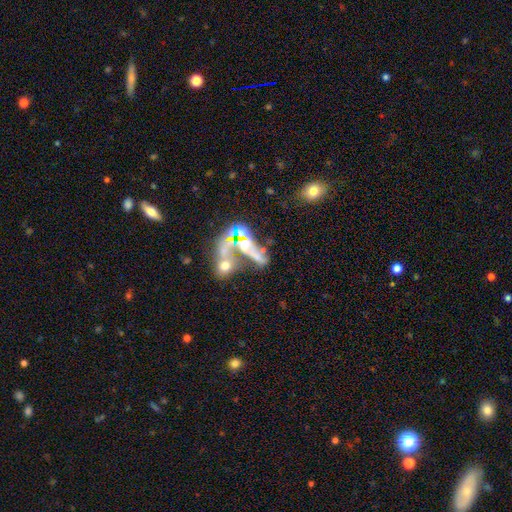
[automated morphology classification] Smooth or featured?
  - smooth: 37% *
  - featured or disk: 35%
  - star or artifact: 27%
Merging?
  - merger: 54% *
  - major disturbance: 19%
  - none: 19%
  - minor disturbance: 9%